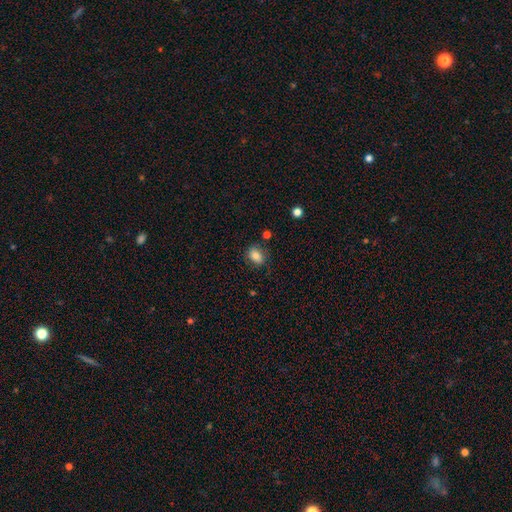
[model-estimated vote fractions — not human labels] smooth_or_featured: smooth (p=0.80) [alt: featured or disk p=0.11]
how_rounded: in between (p=0.67) [alt: round p=0.31]
merging: none (p=0.77) [alt: minor disturbance p=0.15]